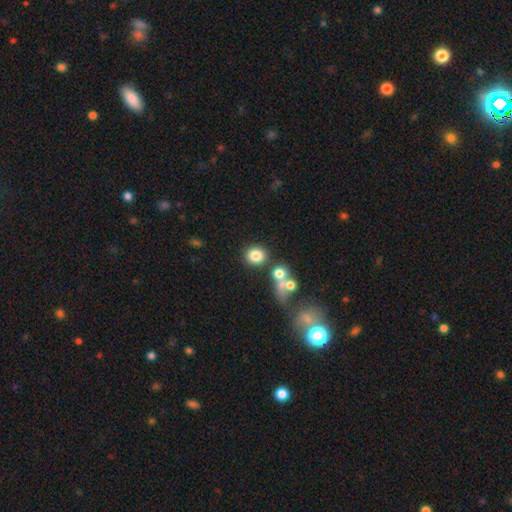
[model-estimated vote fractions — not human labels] smooth 80%, star or artifact 11%, featured or disk 9%. Down the decision tree: how rounded — round (75%); merging — none (70%).